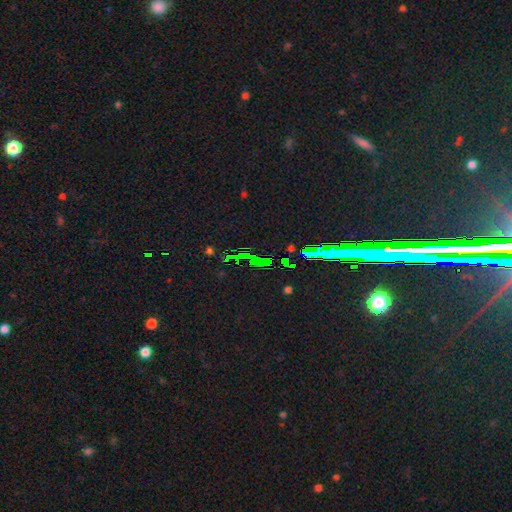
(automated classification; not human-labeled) This is likely a star or artifact rather than a galaxy (79%).